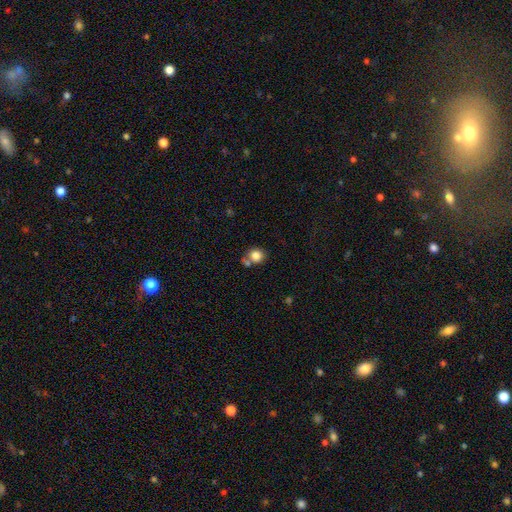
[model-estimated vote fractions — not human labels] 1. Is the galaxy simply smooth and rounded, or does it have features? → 82% smooth, 10% star or artifact, 8% featured or disk.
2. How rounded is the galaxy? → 80% round, 19% in between, 1% cigar-shaped.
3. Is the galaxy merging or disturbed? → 59% none, 24% merger, 13% minor disturbance, 5% major disturbance.